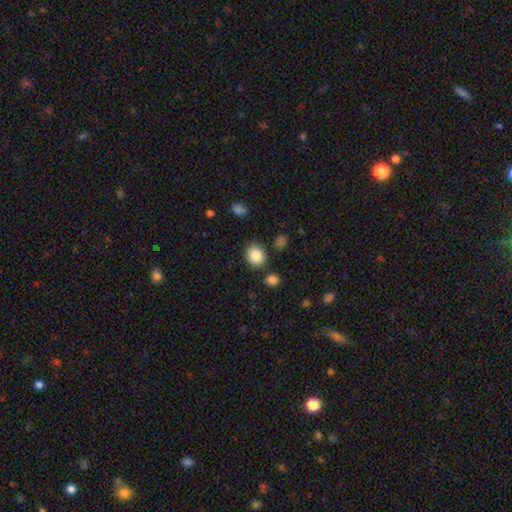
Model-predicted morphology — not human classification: Overall: smooth (85%). How rounded: round (58%; in between 41%). Merging: none (82%).